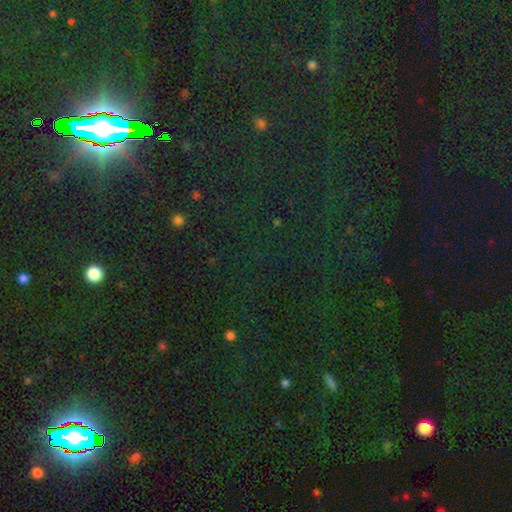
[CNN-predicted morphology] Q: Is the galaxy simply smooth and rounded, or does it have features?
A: star or artifact — 83%.